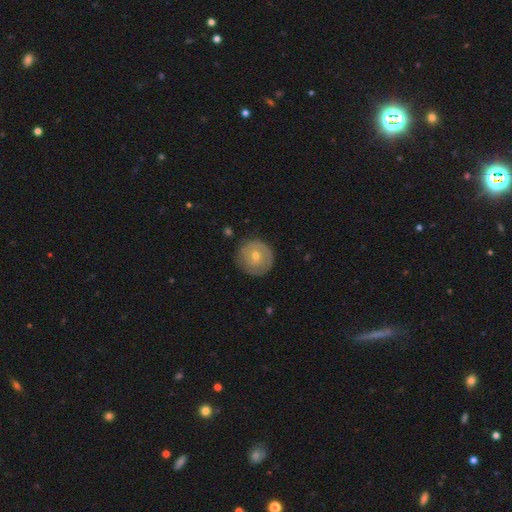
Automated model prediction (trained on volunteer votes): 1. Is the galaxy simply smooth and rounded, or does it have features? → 60% featured or disk, 33% smooth, 7% star or artifact.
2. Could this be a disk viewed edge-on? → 97% no, 3% yes.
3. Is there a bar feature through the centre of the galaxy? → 78% no, 18% weak, 4% strong.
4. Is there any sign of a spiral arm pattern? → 65% yes, 35% no.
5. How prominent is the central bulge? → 49% moderate, 48% small, 1% large, 1% none, 1% dominant.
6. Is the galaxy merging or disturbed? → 83% none, 12% minor disturbance, 3% major disturbance, 1% merger.